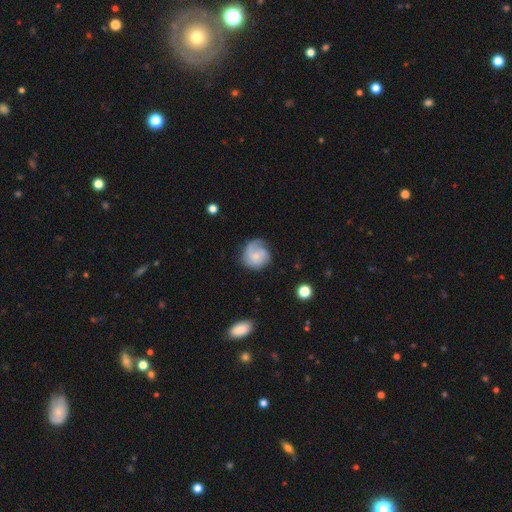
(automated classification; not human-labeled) A featured or disk galaxy (52%) with no bar (73%), spiral arms (82%) and a small central bulge (60%).

Vote fractions:
- Smooth or featured? featured or disk: 52% / smooth: 40% / star or artifact: 8%
- Edge-on disk? no: 98% / yes: 2%
- Bar? no: 73% / weak: 24% / strong: 3%
- Spiral arms? yes: 82% / no: 18%
- Bulge size? small: 60% / moderate: 21% / none: 16% / large: 2% / dominant: 1%
- Merging? none: 57% / minor disturbance: 24% / major disturbance: 15% / merger: 4%